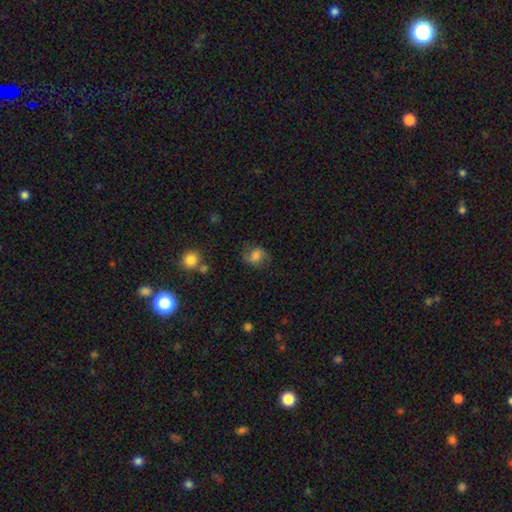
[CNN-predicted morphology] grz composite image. It shows a smooth galaxy with no disk features (50%). Merging: none (67%).